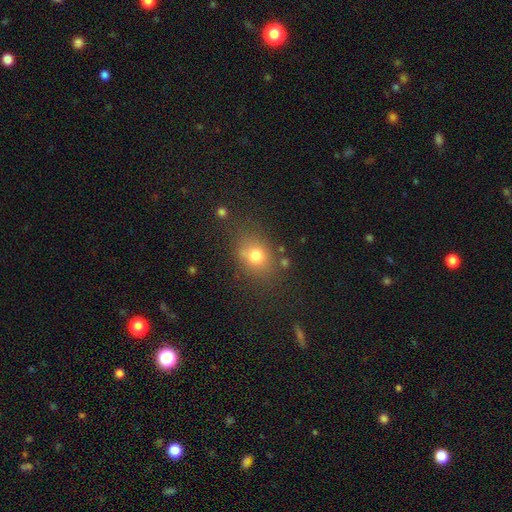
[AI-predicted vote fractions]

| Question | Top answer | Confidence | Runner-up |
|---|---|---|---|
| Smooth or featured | smooth | 75% | star or artifact (14%) |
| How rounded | in between | 51% | round (48%) |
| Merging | none | 71% | minor disturbance (16%) |